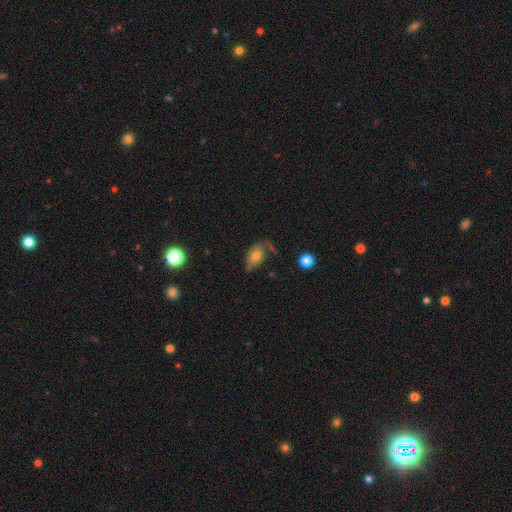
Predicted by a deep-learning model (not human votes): A smooth galaxy with no disk features (62%) that is in between round and cigar-shaped (87%).

Vote fractions:
- Smooth or featured? smooth: 62% / featured or disk: 28% / star or artifact: 10%
- How rounded? in between: 87% / round: 9% / cigar-shaped: 3%
- Merging? none: 47% / minor disturbance: 30% / major disturbance: 17% / merger: 6%